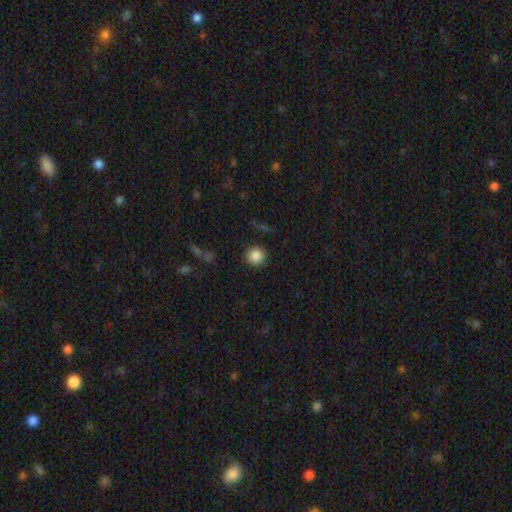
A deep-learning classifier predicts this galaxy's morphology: Smooth or featured?
  - smooth: 86% *
  - star or artifact: 9%
  - featured or disk: 4%
How rounded?
  - round: 91% *
  - in between: 8%
  - cigar-shaped: 1%
Merging?
  - none: 90% *
  - minor disturbance: 7%
  - major disturbance: 2%
  - merger: 1%